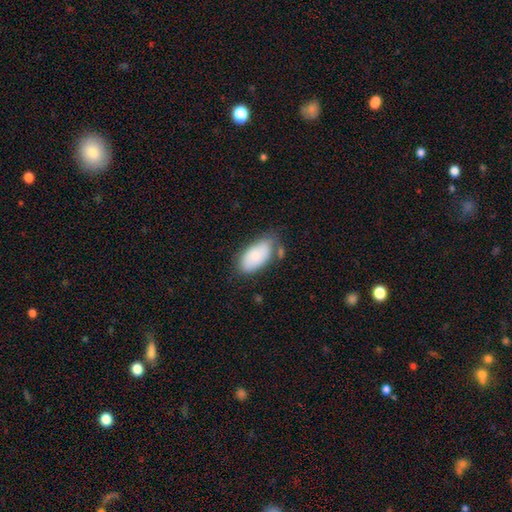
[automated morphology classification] This is likely a smooth galaxy (78%). How rounded: clearly in between (94%). Merging: possibly none (57%).